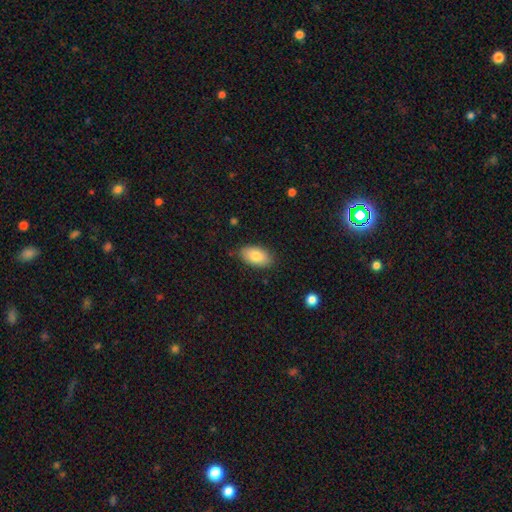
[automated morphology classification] The model was most divided on "merging": none: 84%, minor disturbance: 12%, major disturbance: 2%, merger: 1%. More confident: how rounded — in between (94%); smooth or featured — smooth (84%).